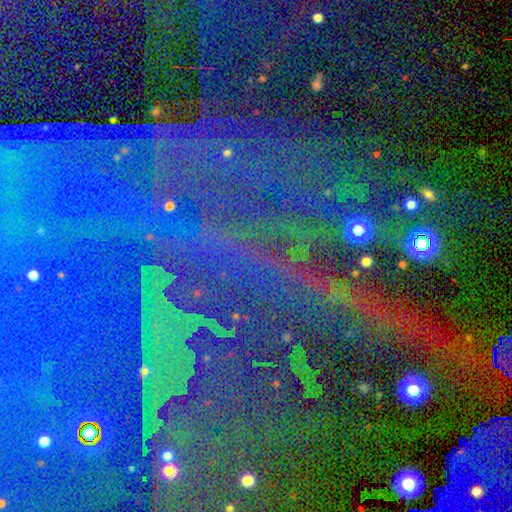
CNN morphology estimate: Q: Smooth or featured?
A: star or artifact (86%); runner-up: featured or disk (7%)